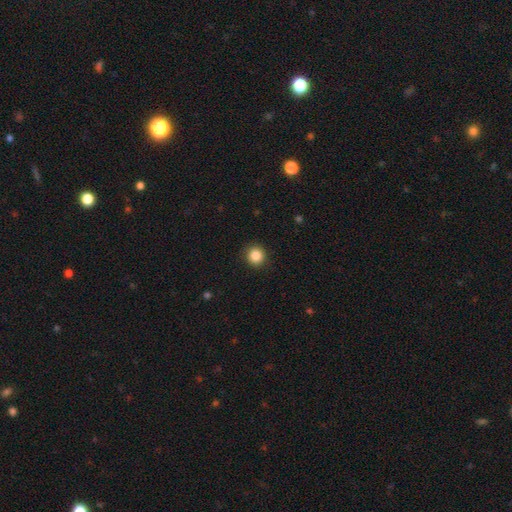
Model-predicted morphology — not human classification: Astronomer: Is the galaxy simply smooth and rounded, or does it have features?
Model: smooth — 86%.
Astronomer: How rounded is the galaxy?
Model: round — 91%.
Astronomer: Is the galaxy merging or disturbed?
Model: none — 91%.